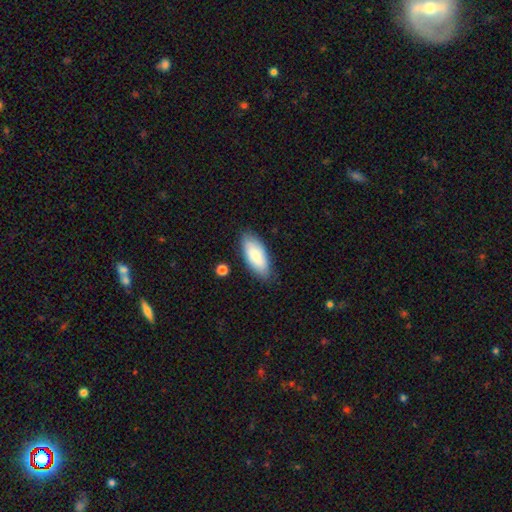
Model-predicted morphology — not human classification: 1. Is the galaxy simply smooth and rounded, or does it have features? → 77% smooth, 17% featured or disk, 6% star or artifact.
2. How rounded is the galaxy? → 84% in between, 15% cigar-shaped, 2% round.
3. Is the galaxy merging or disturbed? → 83% none, 13% minor disturbance, 3% major disturbance, 2% merger.